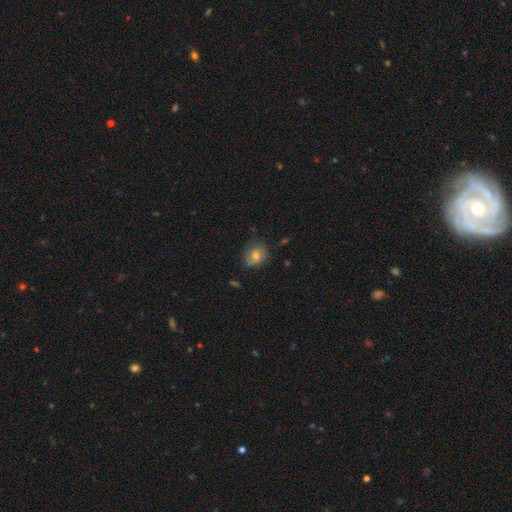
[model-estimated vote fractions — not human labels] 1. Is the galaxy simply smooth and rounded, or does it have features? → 67% smooth, 24% featured or disk, 10% star or artifact.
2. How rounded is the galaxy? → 66% round, 33% in between, 1% cigar-shaped.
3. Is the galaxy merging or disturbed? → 70% none, 22% minor disturbance, 6% major disturbance, 2% merger.